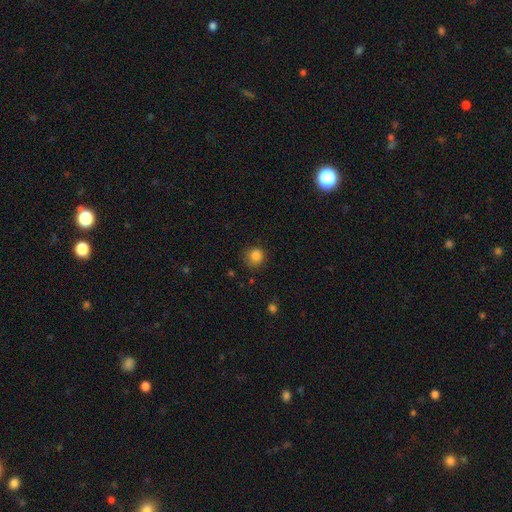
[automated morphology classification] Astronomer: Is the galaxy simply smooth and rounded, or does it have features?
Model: smooth — 84%.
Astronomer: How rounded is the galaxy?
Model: round — 90%.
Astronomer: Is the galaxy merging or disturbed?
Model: none — 78%.